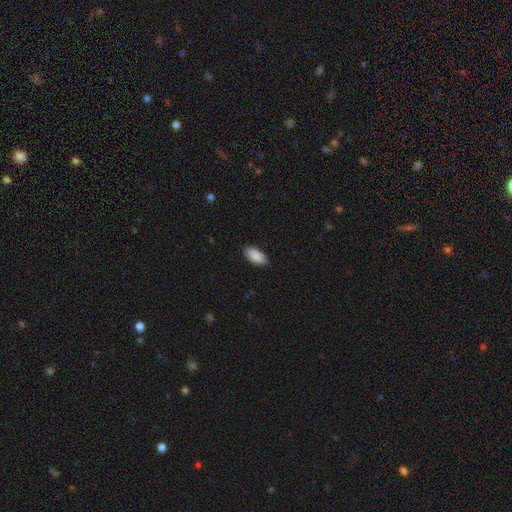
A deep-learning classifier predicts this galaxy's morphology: smooth_or_featured: smooth (p=0.90) [alt: star or artifact p=0.06]
how_rounded: in between (p=0.92) [alt: cigar-shaped p=0.06]
merging: none (p=0.88) [alt: minor disturbance p=0.09]